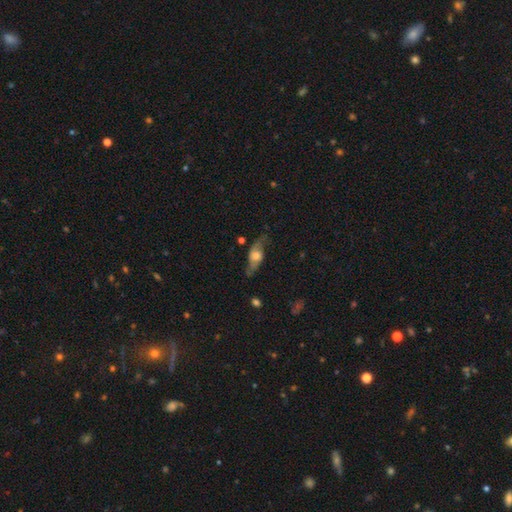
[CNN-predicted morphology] smooth-or-featured: featured or disk: 59% | smooth: 34% | star or artifact: 7%
  disk-edge-on: no: 62% | yes: 38%
  merging: none: 67% | minor disturbance: 21% | major disturbance: 10% | merger: 2%